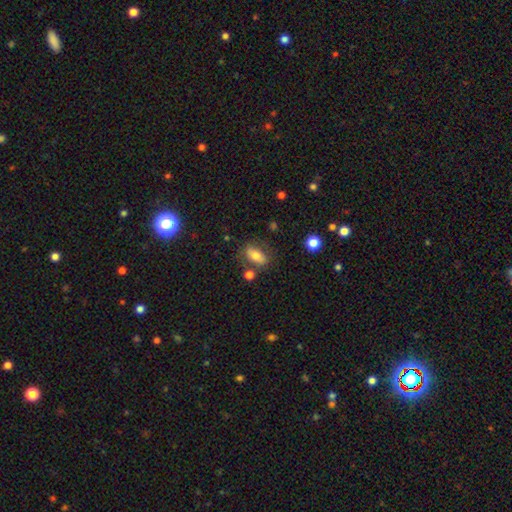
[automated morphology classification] Smooth or featured?
  - smooth: 70% *
  - featured or disk: 21%
  - star or artifact: 9%
How rounded?
  - in between: 81% *
  - cigar-shaped: 10%
  - round: 9%
Merging?
  - none: 67% *
  - minor disturbance: 17%
  - merger: 9%
  - major disturbance: 7%